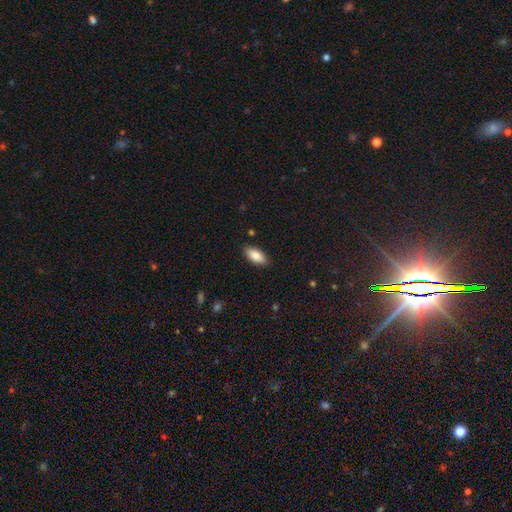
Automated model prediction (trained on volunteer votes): This is clearly a smooth galaxy (86%). How rounded: clearly in between (88%). Merging: clearly none (88%).